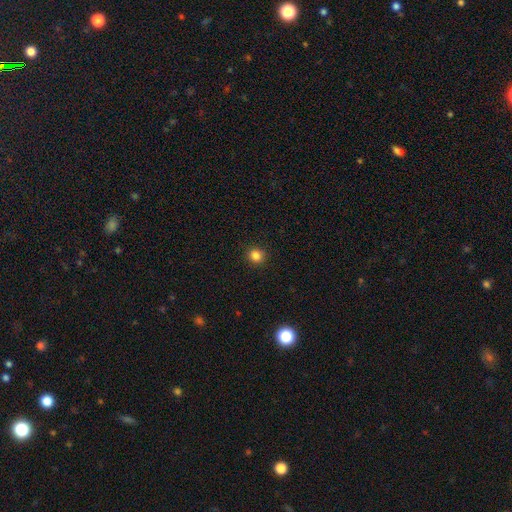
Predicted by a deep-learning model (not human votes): A smooth galaxy with no disk features (83%) that is round (90%). Merging: none (91%).